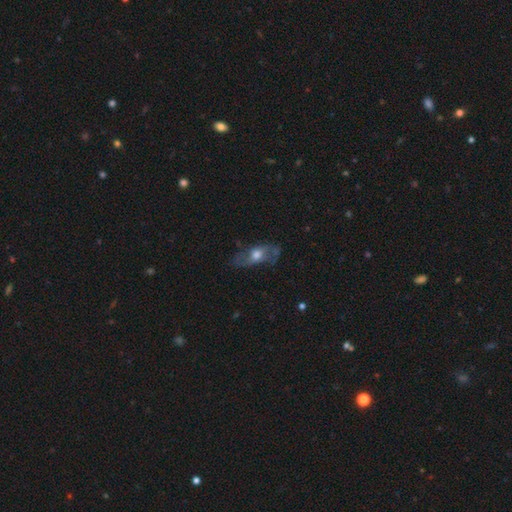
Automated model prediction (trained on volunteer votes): Q: Smooth or featured?
A: featured or disk (67%); runner-up: smooth (23%)
Q: Edge-on disk?
A: no (79%); runner-up: yes (21%)
Q: Bar?
A: no (69%); runner-up: weak (25%)
Q: Spiral arms?
A: yes (77%); runner-up: no (23%)
Q: Bulge size?
A: moderate (61%); runner-up: large (22%)
Q: Merging?
A: none (70%); runner-up: minor disturbance (19%)